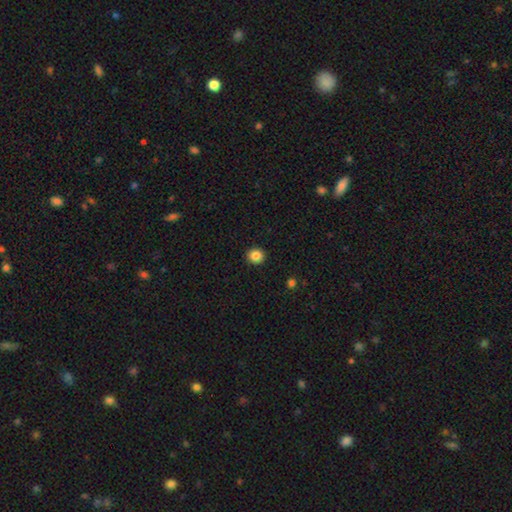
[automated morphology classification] Overall: smooth (85%). How rounded: round (89%). Merging: none (93%).